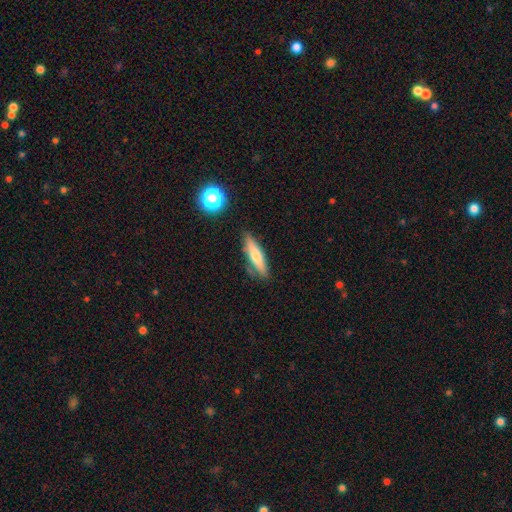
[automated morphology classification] Overall: smooth (62%; featured or disk 31%). How rounded: cigar-shaped (75%). Merging: none (81%).